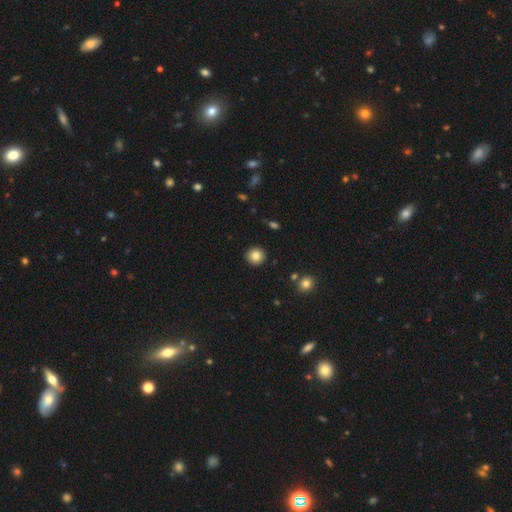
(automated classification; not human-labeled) Overall: smooth (84%). How rounded: round (94%). Merging: none (92%).